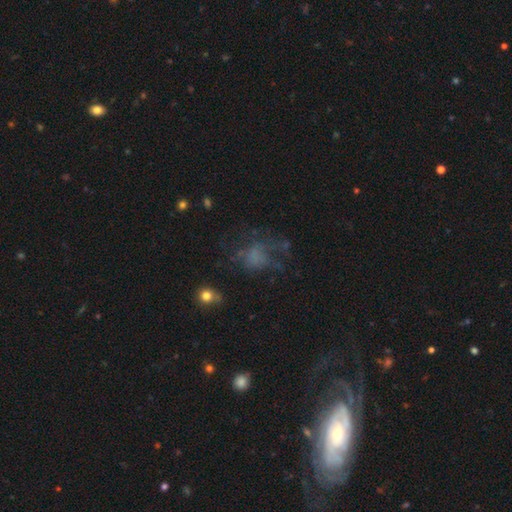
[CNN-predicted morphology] type=smooth (41%); merging=none (42%).